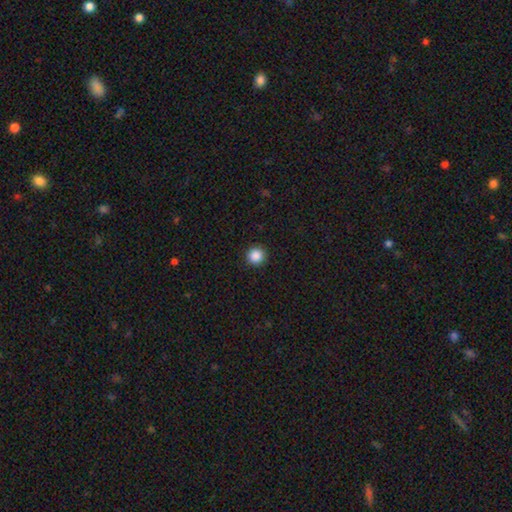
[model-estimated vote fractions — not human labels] Smooth or featured? Predicted: smooth (p=0.87). How rounded? Predicted: round (p=0.95). Merging? Predicted: none (p=0.93).